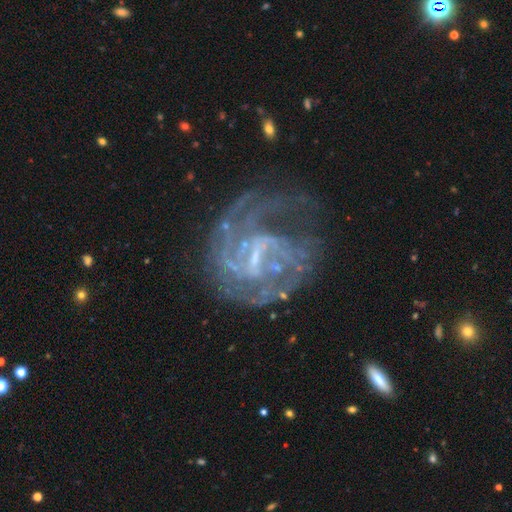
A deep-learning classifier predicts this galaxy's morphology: Smooth or featured: featured or disk — 86% (star or artifact — 8%)
Edge-on disk: no — 98% (yes — 2%)
Bar: weak — 53% (strong — 28%)
Spiral arms: yes — 89% (no — 11%)
Spiral winding: medium — 44% (tight — 36%)
Spiral arm count: 2 — 31% (can't tell — 29%)
Bulge size: small — 52% (none — 33%)
Merging: none — 49% (major disturbance — 30%)